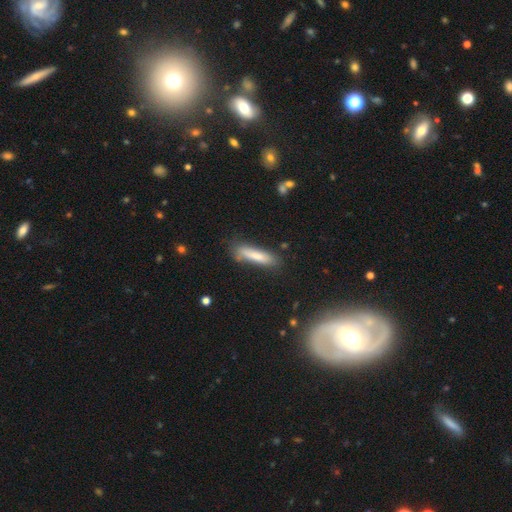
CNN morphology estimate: Smooth or featured?
  - smooth: 75% *
  - featured or disk: 18%
  - star or artifact: 7%
How rounded?
  - cigar-shaped: 80% *
  - in between: 18%
  - round: 1%
Merging?
  - none: 74% *
  - minor disturbance: 18%
  - major disturbance: 5%
  - merger: 4%